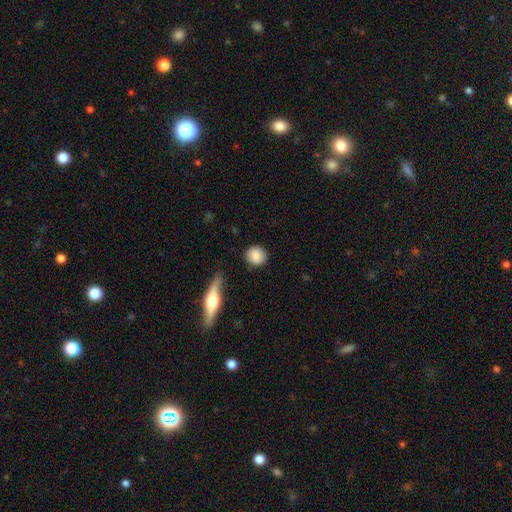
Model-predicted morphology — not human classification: Smooth or featured? smooth (86%)
How rounded? round (83%)
Merging? none (83%)